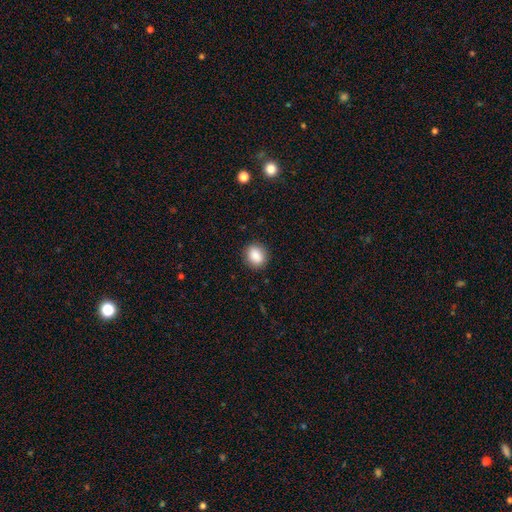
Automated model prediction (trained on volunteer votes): Smooth or featured? Predicted: smooth (p=0.86). How rounded? Predicted: round (p=0.65). Merging? Predicted: none (p=0.88).